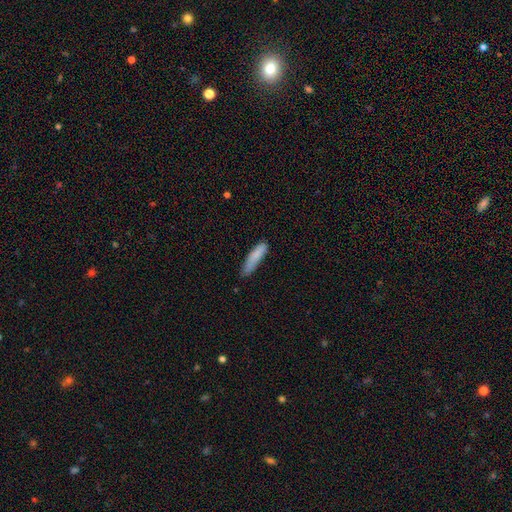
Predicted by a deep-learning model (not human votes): The model was most divided on "merging": none: 68%, minor disturbance: 25%, major disturbance: 5%, merger: 2%. More confident: smooth or featured — smooth (83%); how rounded — cigar-shaped (82%).